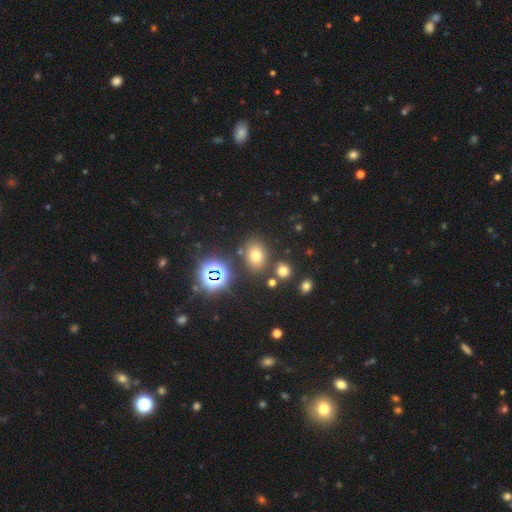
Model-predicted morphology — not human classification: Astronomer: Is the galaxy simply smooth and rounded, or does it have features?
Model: smooth — 65%.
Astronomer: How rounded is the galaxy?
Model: in between — 58% (runner-up: round, 41%).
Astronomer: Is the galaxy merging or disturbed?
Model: none — 78%.